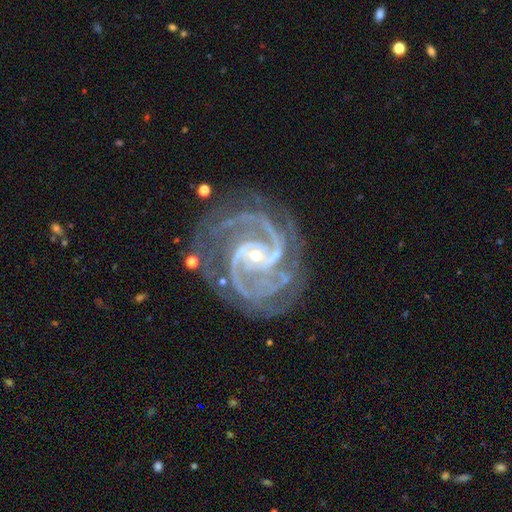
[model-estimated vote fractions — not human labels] This is clearly a featured or disk galaxy (93%). It is clearly not viewed edge-on (98%). Bar: possibly no (50%). Spiral arm pattern: clearly yes (99%). Spiral arm count: marginally 2 (40%). Spiral winding: possibly tight (53%). Central bulge: likely small (64%). Merging: likely none (72%).